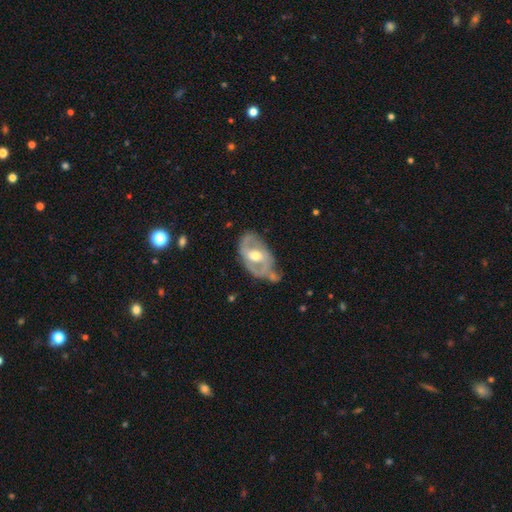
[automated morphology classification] Smooth or featured: featured or disk — 77% (smooth — 18%)
Edge-on disk: no — 94% (yes — 6%)
Bar: weak — 43% (no — 32%)
Spiral arms: yes — 72% (no — 28%)
Spiral winding: medium — 45% (tight — 34%)
Spiral arm count: 2 — 74% (can't tell — 16%)
Bulge size: moderate — 73% (small — 16%)
Merging: none — 57% (minor disturbance — 25%)